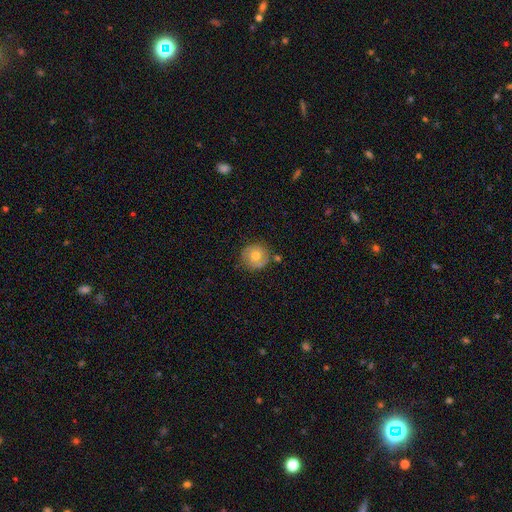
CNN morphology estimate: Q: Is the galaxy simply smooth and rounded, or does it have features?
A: smooth — 59%.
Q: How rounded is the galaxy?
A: round — 92%.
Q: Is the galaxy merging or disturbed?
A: none — 76%.